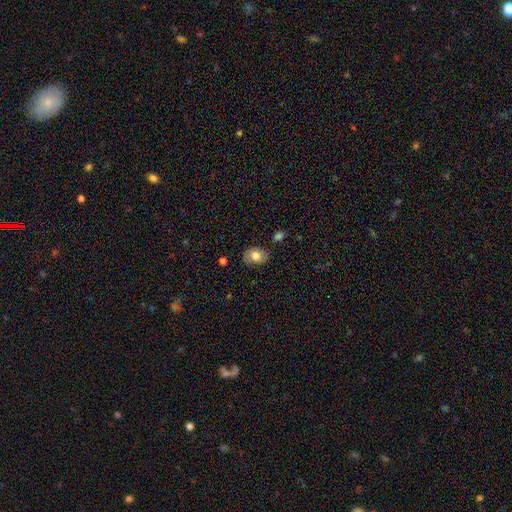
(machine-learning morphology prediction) Smooth or featured? smooth (76%)
How rounded? in between (72%)
Merging? none (74%)